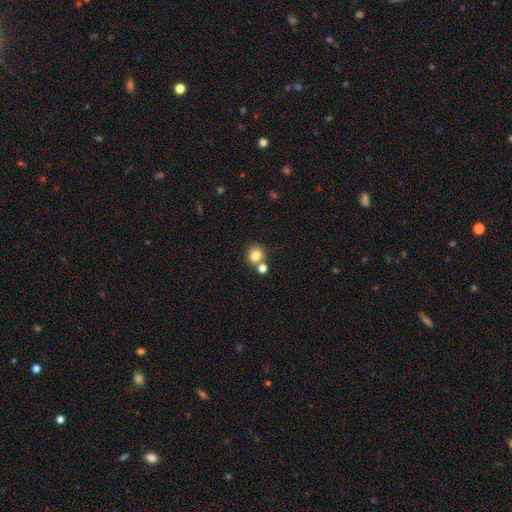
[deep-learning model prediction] This appears to be a smooth galaxy with no disk features (81%) that is round (83%). Merging: none (61%).